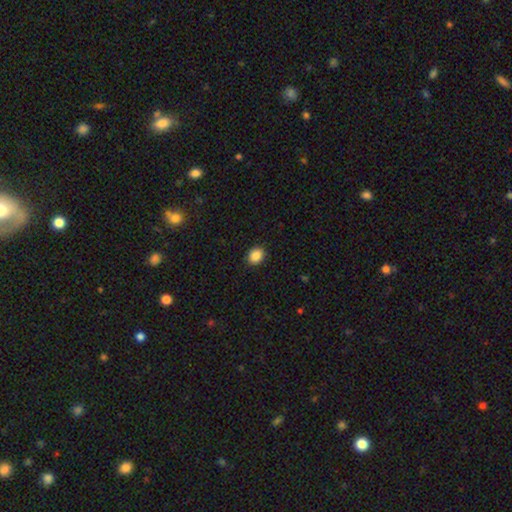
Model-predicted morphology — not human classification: Smooth or featured?
  - smooth: 87% *
  - star or artifact: 9%
  - featured or disk: 4%
How rounded?
  - round: 58% *
  - in between: 42%
  - cigar-shaped: 1%
Merging?
  - none: 89% *
  - minor disturbance: 8%
  - major disturbance: 2%
  - merger: 1%